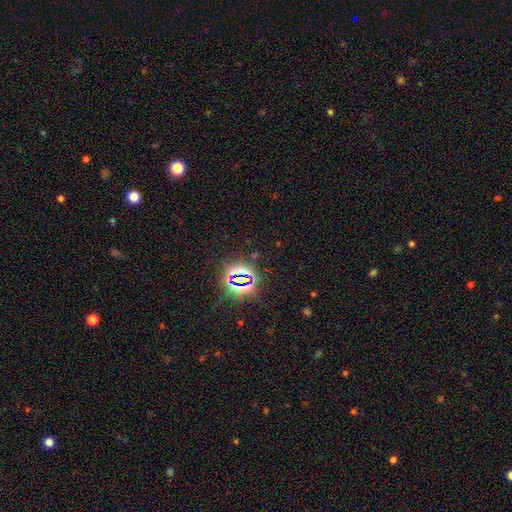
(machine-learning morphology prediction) star or artifact 80%, smooth 13%, featured or disk 8%.